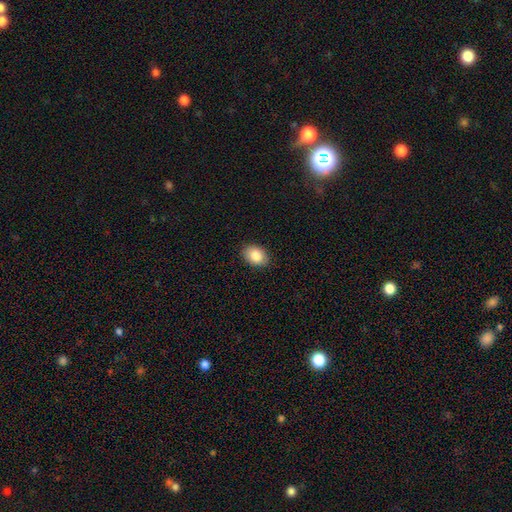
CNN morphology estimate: The model was most divided on "how rounded": in between: 75%, round: 24%, cigar-shaped: 1%. More confident: merging — none (89%); smooth or featured — smooth (84%).